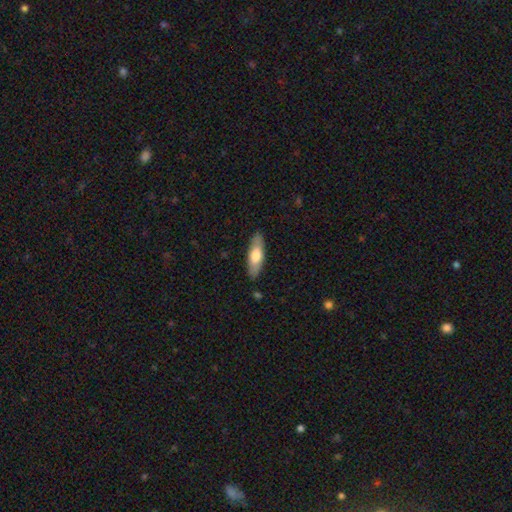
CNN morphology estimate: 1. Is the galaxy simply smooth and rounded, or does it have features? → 65% smooth, 30% featured or disk, 5% star or artifact.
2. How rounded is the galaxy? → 50% cigar-shaped, 48% in between, 2% round.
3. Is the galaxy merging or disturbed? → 87% none, 9% minor disturbance, 2% major disturbance, 1% merger.